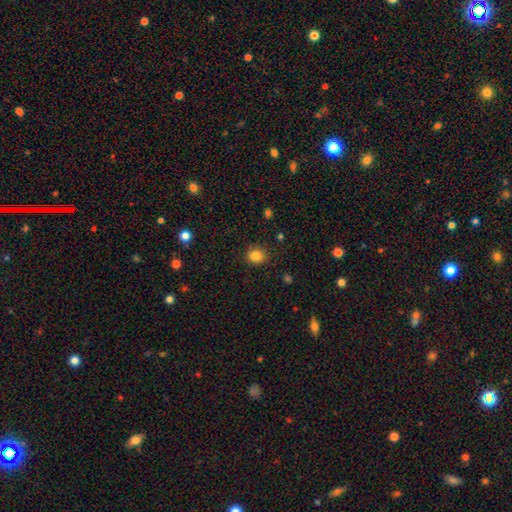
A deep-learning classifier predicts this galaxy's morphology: Smooth or featured? Predicted: smooth (p=0.84). How rounded? Predicted: round (p=0.80). Merging? Predicted: none (p=0.89).